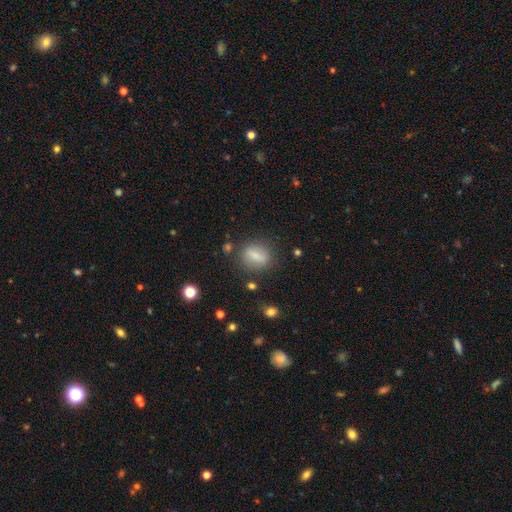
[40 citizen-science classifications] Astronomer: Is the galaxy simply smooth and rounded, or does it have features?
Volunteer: smooth — 72%.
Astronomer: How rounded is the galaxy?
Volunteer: in between — 66%.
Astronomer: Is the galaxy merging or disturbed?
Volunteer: none — 79%.